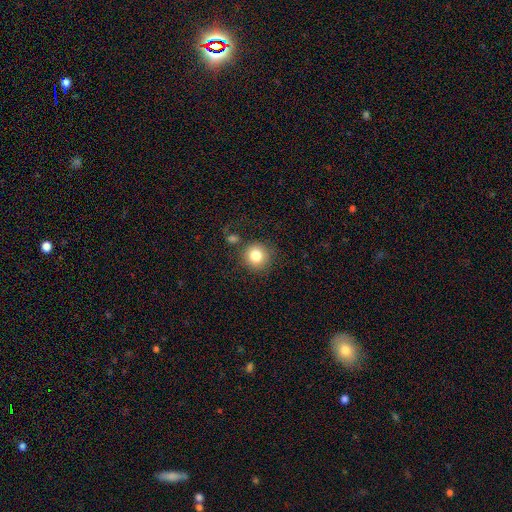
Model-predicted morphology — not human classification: Smooth or featured: smooth — 81% (star or artifact — 10%)
How rounded: round — 93% (in between — 6%)
Merging: none — 77% (minor disturbance — 10%)